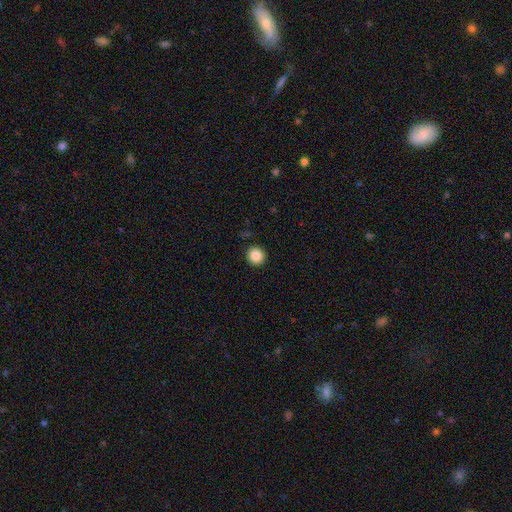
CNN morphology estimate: smooth_or_featured: smooth (p=0.86) [alt: star or artifact p=0.09]
how_rounded: round (p=0.94) [alt: in between p=0.05]
merging: none (p=0.92) [alt: minor disturbance p=0.05]